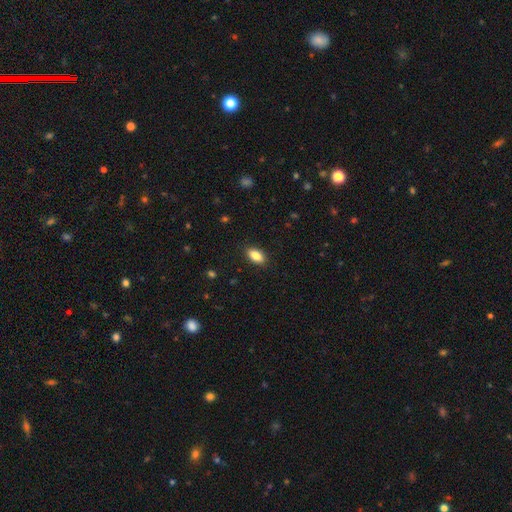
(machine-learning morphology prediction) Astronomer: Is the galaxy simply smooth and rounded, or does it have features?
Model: smooth — 83%.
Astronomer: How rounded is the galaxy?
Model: in between — 88%.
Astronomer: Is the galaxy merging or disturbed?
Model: none — 88%.